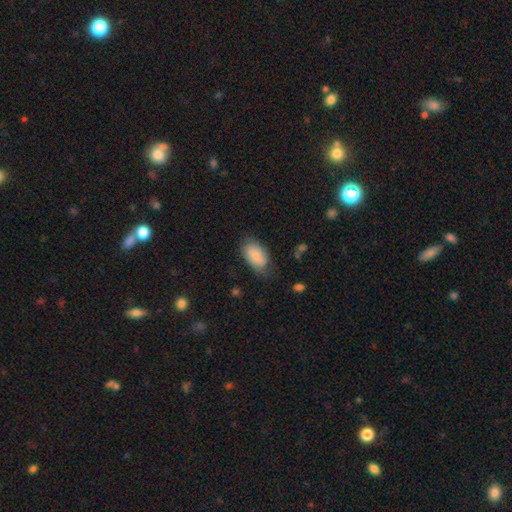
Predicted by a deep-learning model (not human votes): Smooth or featured? smooth (78%)
How rounded? in between (94%)
Merging? none (65%)